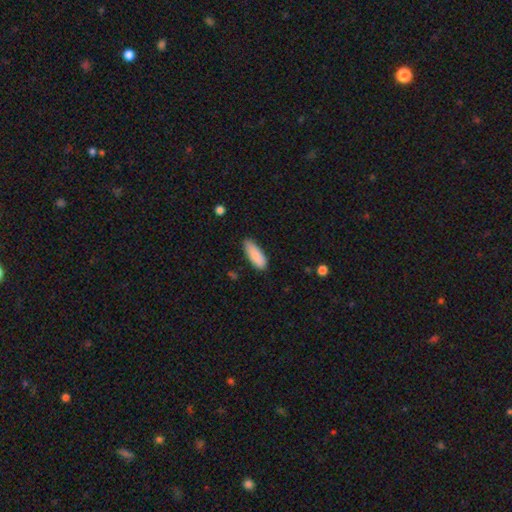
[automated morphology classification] Q: Smooth or featured?
A: smooth (88%); runner-up: star or artifact (6%)
Q: How rounded?
A: in between (70%); runner-up: cigar-shaped (28%)
Q: Merging?
A: none (78%); runner-up: minor disturbance (18%)